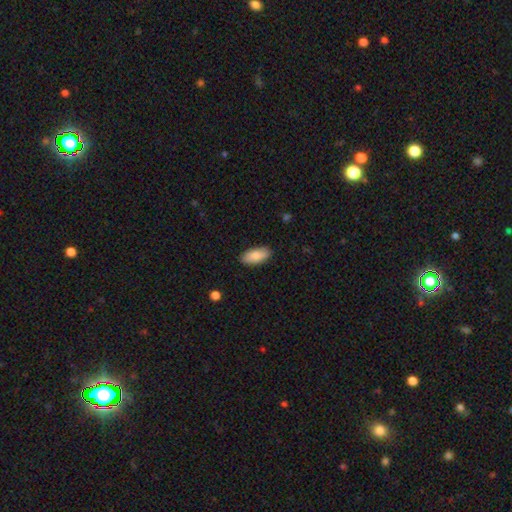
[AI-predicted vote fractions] Morphology: type=smooth (86%); roundness=in between (90%); merging=none (88%).